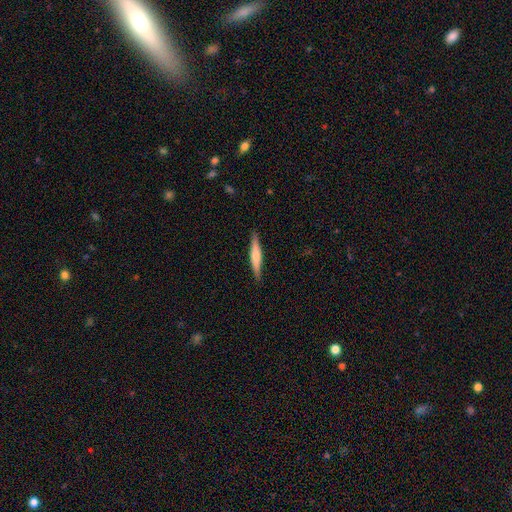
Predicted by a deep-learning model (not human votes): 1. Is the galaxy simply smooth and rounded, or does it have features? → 50% smooth, 45% featured or disk, 5% star or artifact.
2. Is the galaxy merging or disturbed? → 90% none, 8% minor disturbance, 2% major disturbance, 1% merger.